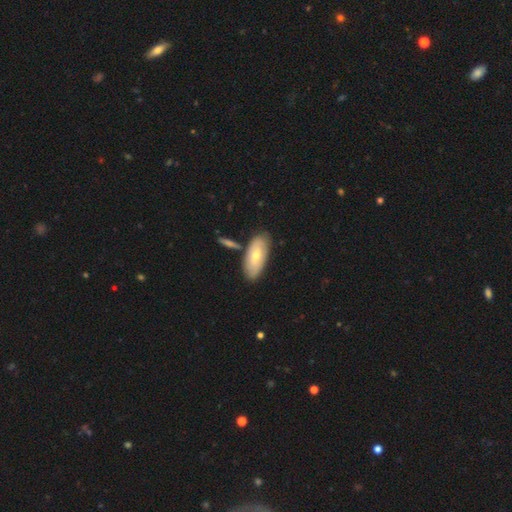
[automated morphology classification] smooth 57%, featured or disk 37%, star or artifact 5%. Down the decision tree: how rounded — in between (90%); merging — none (76%).